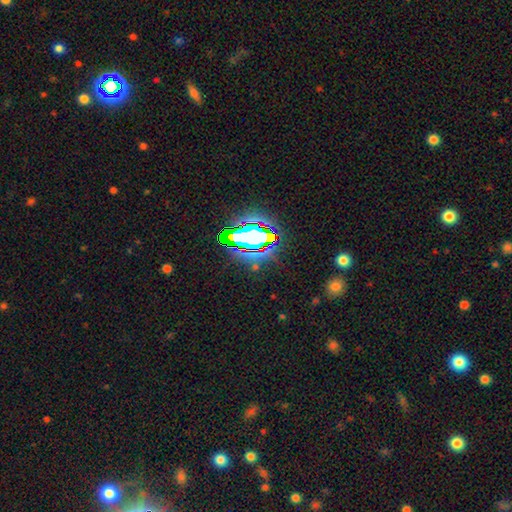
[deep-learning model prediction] Smooth or featured? Predicted: star or artifact (p=0.79).